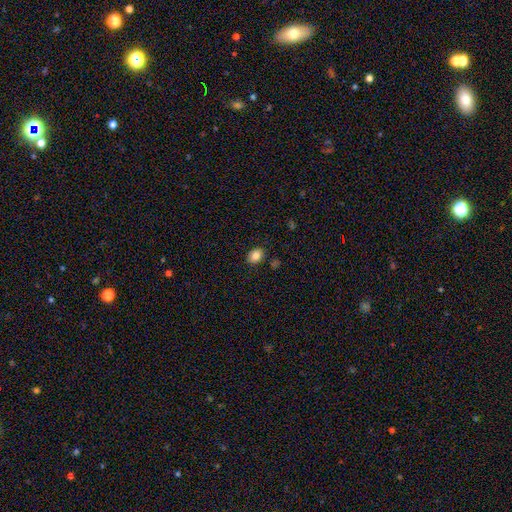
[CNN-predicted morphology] Smooth or featured? smooth (84%)
How rounded? in between (62%)
Merging? none (86%)